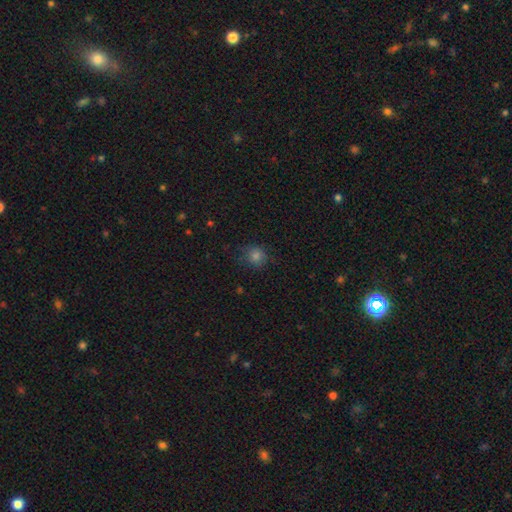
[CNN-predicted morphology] A smooth galaxy with no disk features (79%) that is round (84%). Merging: none (79%).